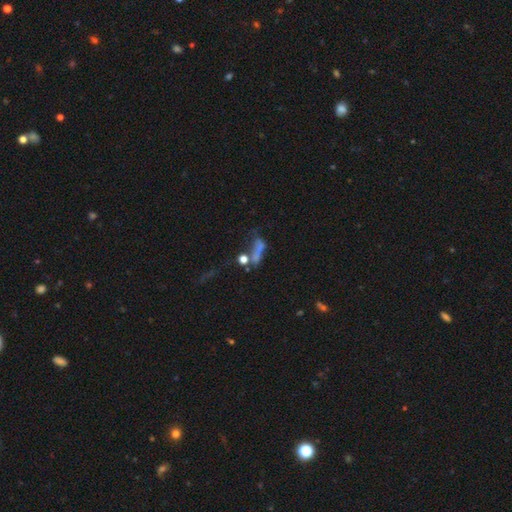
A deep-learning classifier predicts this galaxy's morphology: Smooth or featured?
  - smooth: 45% *
  - star or artifact: 29%
  - featured or disk: 25%
Merging?
  - none: 35% *
  - merger: 28%
  - major disturbance: 24%
  - minor disturbance: 14%